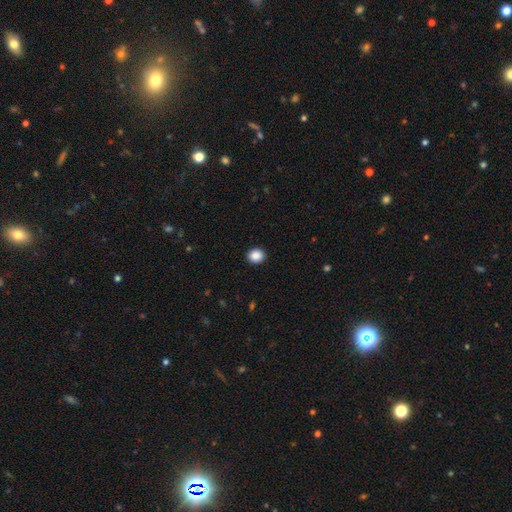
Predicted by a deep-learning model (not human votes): Smooth or featured? Predicted: smooth (p=0.88). How rounded? Predicted: round (p=0.76). Merging? Predicted: none (p=0.92).